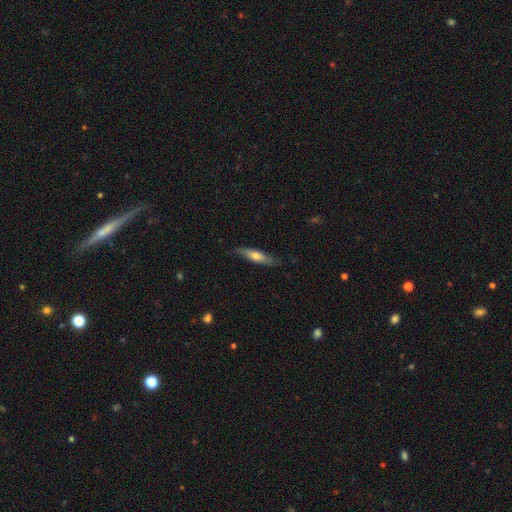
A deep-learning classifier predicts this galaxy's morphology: type=smooth (57%); roundness=cigar-shaped (75%); merging=none (80%).